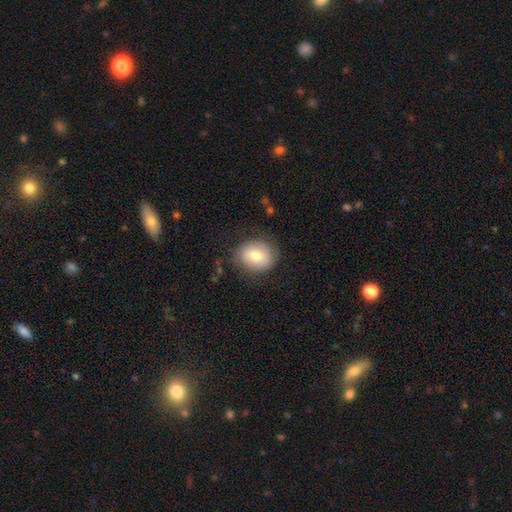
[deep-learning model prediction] smooth 73%, featured or disk 19%, star or artifact 8%. Down the decision tree: how rounded — round (66%); merging — none (80%).